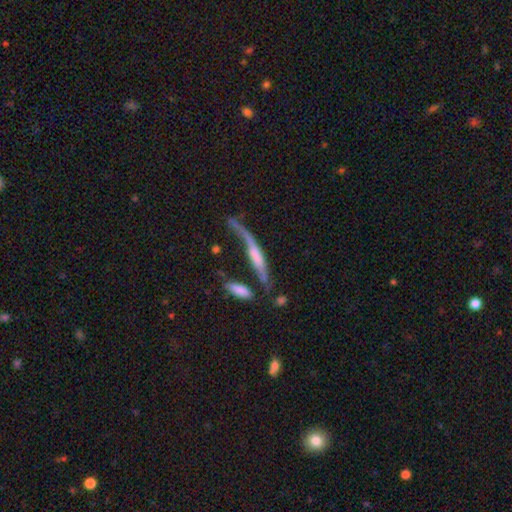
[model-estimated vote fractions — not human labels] Smooth or featured?
  - featured or disk: 53% *
  - smooth: 38%
  - star or artifact: 9%
Edge-on disk?
  - yes: 71% *
  - no: 29%
Merging?
  - none: 32% *
  - major disturbance: 27%
  - merger: 21%
  - minor disturbance: 20%